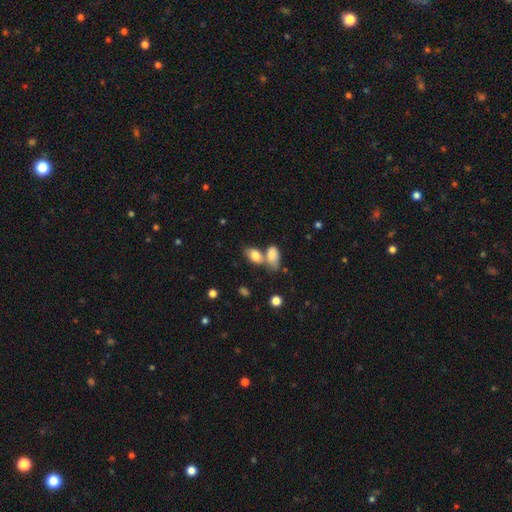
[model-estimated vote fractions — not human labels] Smooth or featured? Predicted: smooth (p=0.83). How rounded? Predicted: in between (p=0.89). Merging? Predicted: merger (p=0.46).